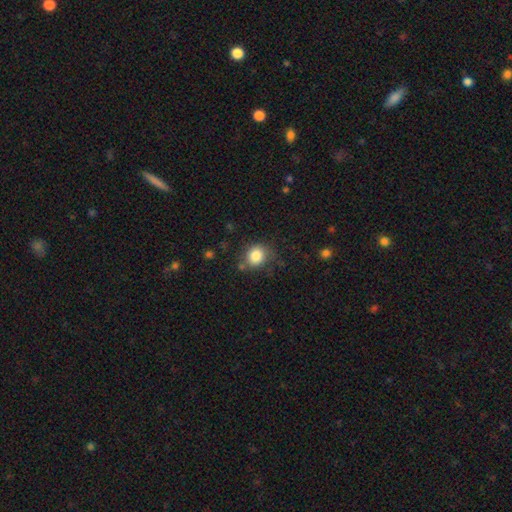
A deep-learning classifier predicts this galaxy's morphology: type=smooth (84%); roundness=round (75%); merging=none (73%).